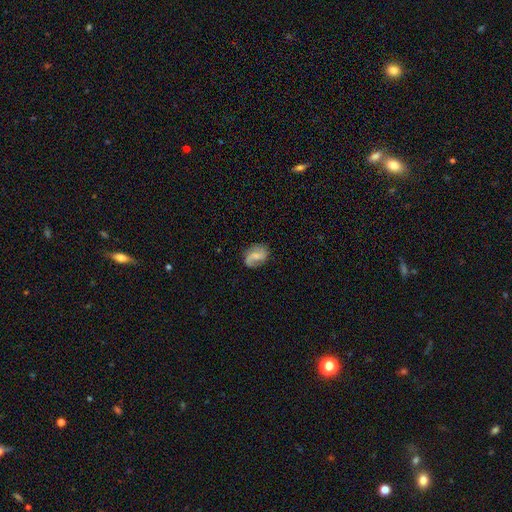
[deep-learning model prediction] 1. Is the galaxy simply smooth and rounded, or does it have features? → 58% featured or disk, 34% smooth, 8% star or artifact.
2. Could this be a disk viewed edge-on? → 97% no, 3% yes.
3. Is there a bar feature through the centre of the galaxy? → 47% weak, 41% no, 12% strong.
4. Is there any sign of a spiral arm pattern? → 90% yes, 10% no.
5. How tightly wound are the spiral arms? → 45% loose, 39% medium, 17% tight.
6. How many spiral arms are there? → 69% 2, 21% 1, 7% can't tell, 1% 3, 1% 4, 1% more than 4.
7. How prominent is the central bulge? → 36% small, 33% moderate, 24% none, 6% large, 1% dominant.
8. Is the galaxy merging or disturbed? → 69% none, 21% minor disturbance, 9% major disturbance, 2% merger.